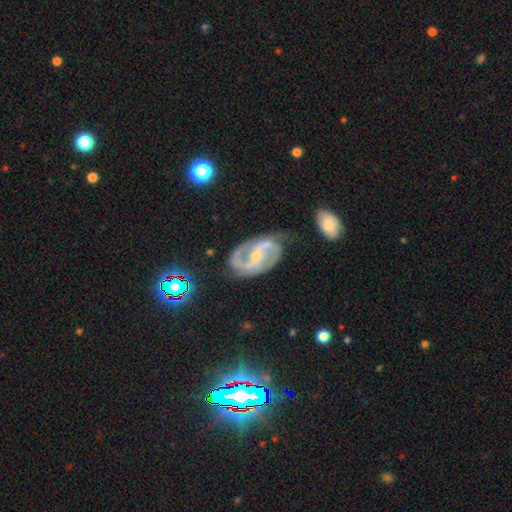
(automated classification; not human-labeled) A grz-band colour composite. It shows a featured or disk galaxy (89%) with a strong bar (37%), 2 (89%) medium (55%) spiral arms (97%) and a small central bulge (68%). Merging: none (67%).